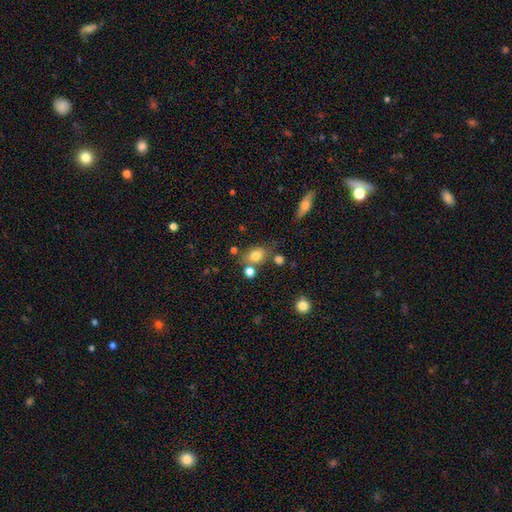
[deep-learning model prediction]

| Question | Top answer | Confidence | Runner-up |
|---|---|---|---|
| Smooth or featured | smooth | 78% | star or artifact (12%) |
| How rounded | in between | 65% | round (33%) |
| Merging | none | 64% | merger (16%) |